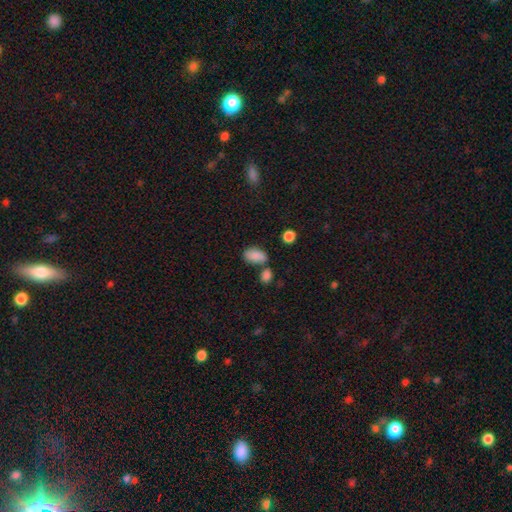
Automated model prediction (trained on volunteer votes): Smooth or featured: smooth — 85% (star or artifact — 9%)
How rounded: in between — 91% (round — 7%)
Merging: none — 56% (merger — 20%)